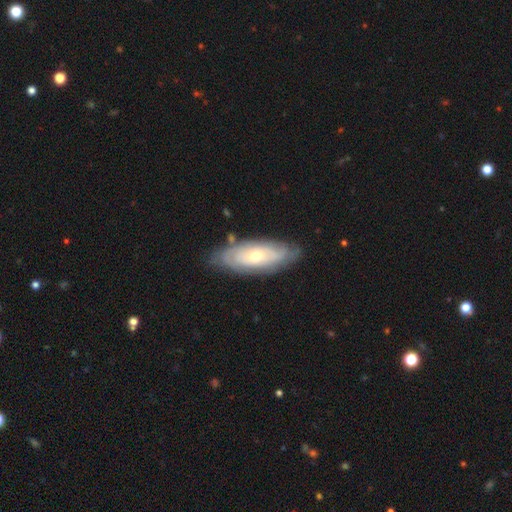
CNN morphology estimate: smooth_or_featured: featured or disk (p=0.70) [alt: smooth p=0.24]
disk_edge_on: no (p=0.85) [alt: yes p=0.15]
bar: no (p=0.78) [alt: weak p=0.18]
has_spiral_arms: yes (p=0.78) [alt: no p=0.22]
bulge_size: moderate (p=0.50) [alt: small p=0.46]
merging: none (p=0.77) [alt: minor disturbance p=0.17]